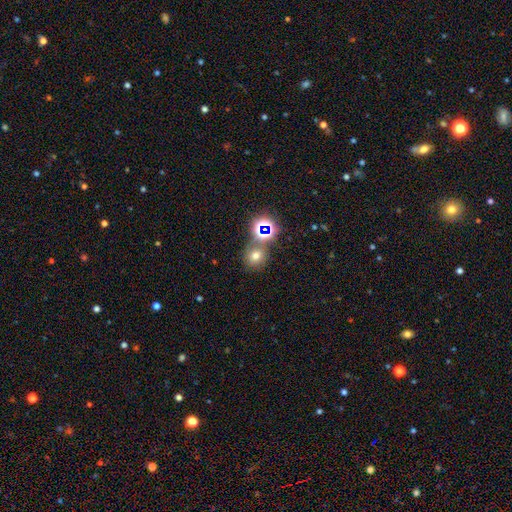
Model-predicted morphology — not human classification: The model was most divided on "smooth or featured": smooth: 62%, star or artifact: 29%, featured or disk: 9%. More confident: how rounded — round (82%); merging — none (68%).